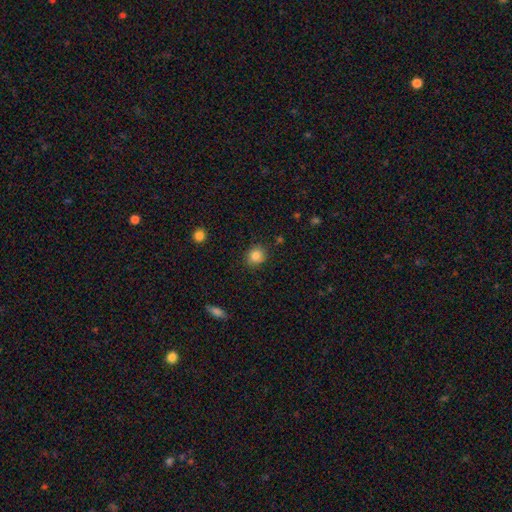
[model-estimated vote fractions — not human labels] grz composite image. It shows a smooth galaxy with no disk features (84%) that is round (79%). Merging: none (87%).